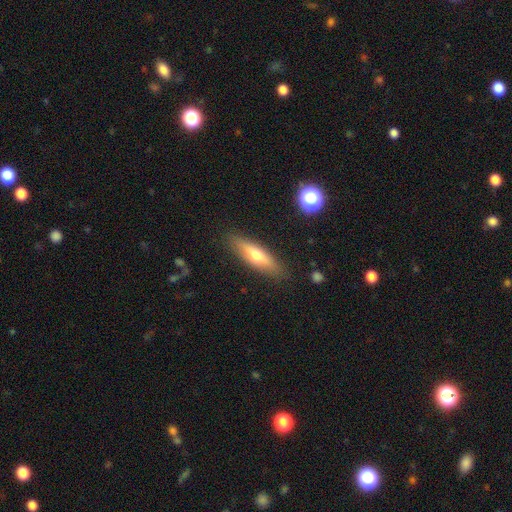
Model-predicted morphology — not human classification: Smooth or featured? Predicted: smooth (p=0.55). How rounded? Predicted: cigar-shaped (p=0.63). Merging? Predicted: none (p=0.85).